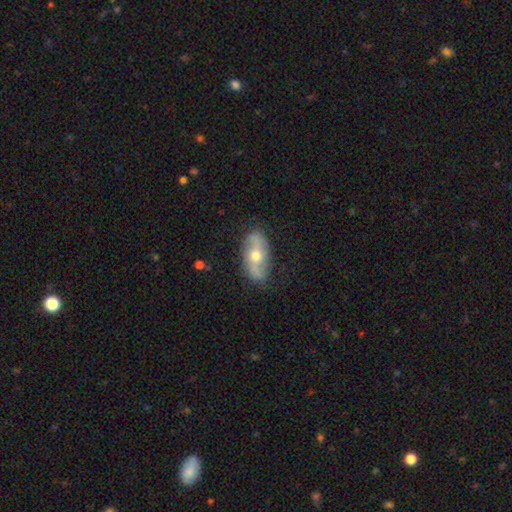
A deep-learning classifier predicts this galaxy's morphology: This appears to be a featured or disk galaxy (64%) with no bar (58%), spiral arms (75%) and a moderate central bulge (73%). Merging: none (79%).